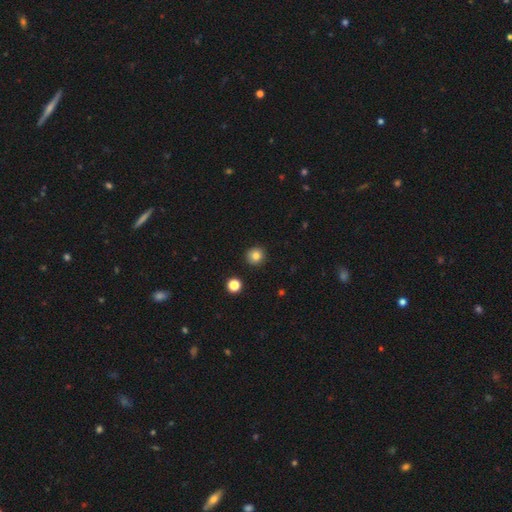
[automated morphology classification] A smooth galaxy with no disk features (82%) that is round (93%). Merging: none (92%).